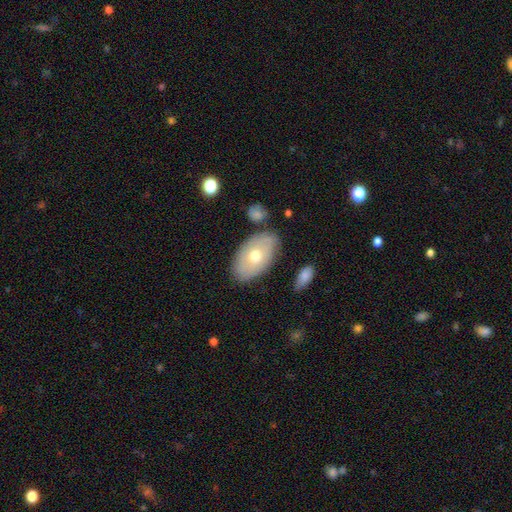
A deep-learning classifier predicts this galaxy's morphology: smooth 58%, featured or disk 36%, star or artifact 6%. Down the decision tree: how rounded — in between (92%); merging — none (78%).